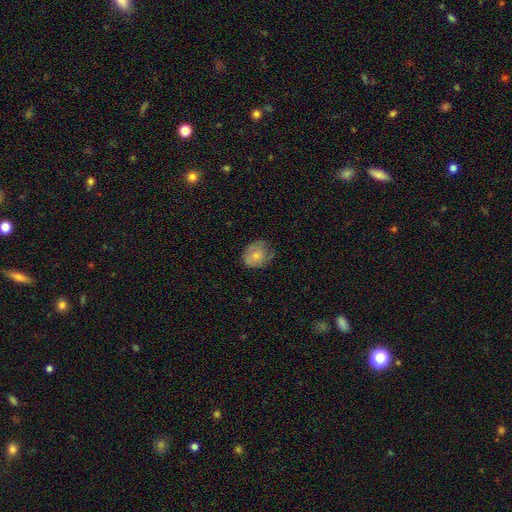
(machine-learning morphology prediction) This is likely a smooth galaxy (66%). How rounded: likely round (61%). Merging: possibly none (57%).